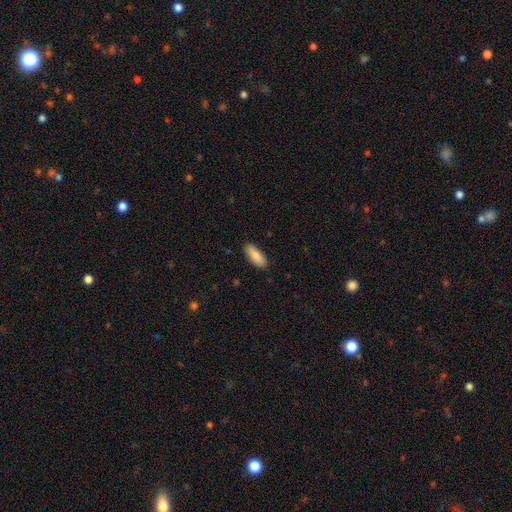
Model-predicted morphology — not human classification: type=smooth (87%); roundness=in between (73%); merging=none (88%).